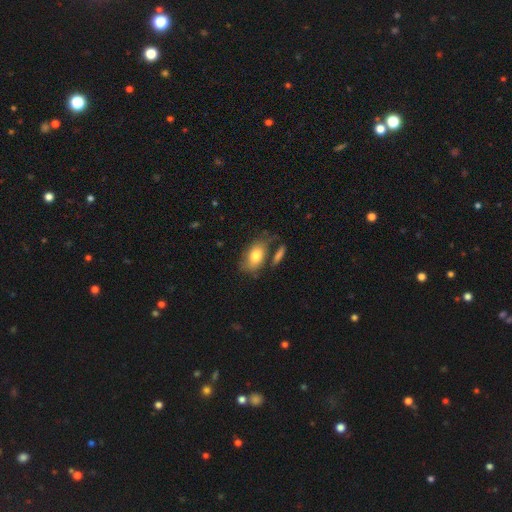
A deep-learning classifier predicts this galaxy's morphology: smooth_or_featured: smooth (p=0.75) [alt: featured or disk p=0.18]
how_rounded: in between (p=0.87) [alt: round p=0.10]
merging: none (p=0.55) [alt: minor disturbance p=0.21]